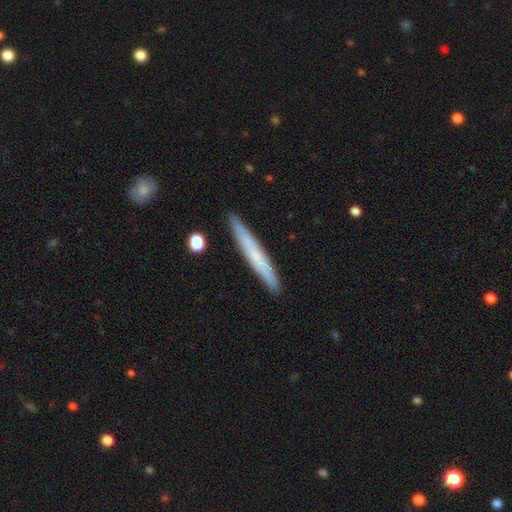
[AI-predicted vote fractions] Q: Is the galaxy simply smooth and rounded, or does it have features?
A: smooth — 56%.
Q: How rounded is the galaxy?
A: cigar-shaped — 96%.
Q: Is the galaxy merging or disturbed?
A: none — 89%.